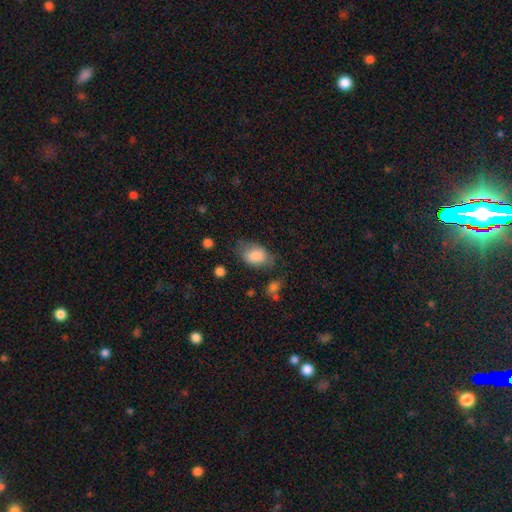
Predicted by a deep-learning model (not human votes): smooth 84%, featured or disk 9%, star or artifact 7%. Down the decision tree: how rounded — in between (85%); merging — none (58%).